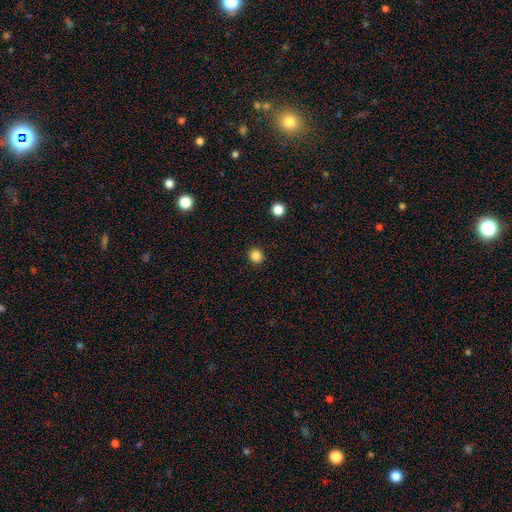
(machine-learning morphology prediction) The model was most divided on "smooth or featured": smooth: 85%, star or artifact: 12%, featured or disk: 3%. More confident: merging — none (92%); how rounded — round (89%).